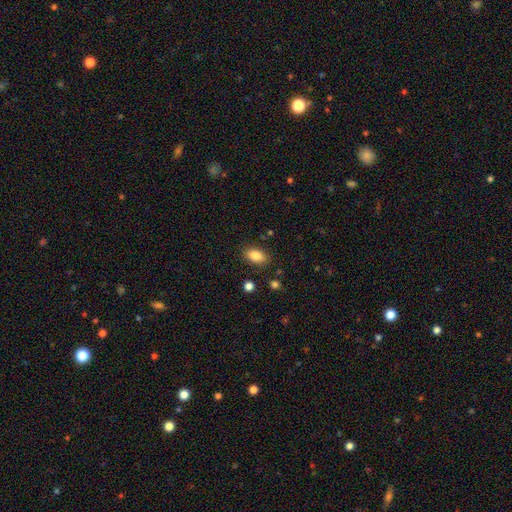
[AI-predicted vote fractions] Smooth or featured?
  - smooth: 87% *
  - star or artifact: 8%
  - featured or disk: 5%
How rounded?
  - in between: 90% *
  - round: 7%
  - cigar-shaped: 3%
Merging?
  - none: 85% *
  - minor disturbance: 10%
  - major disturbance: 3%
  - merger: 2%